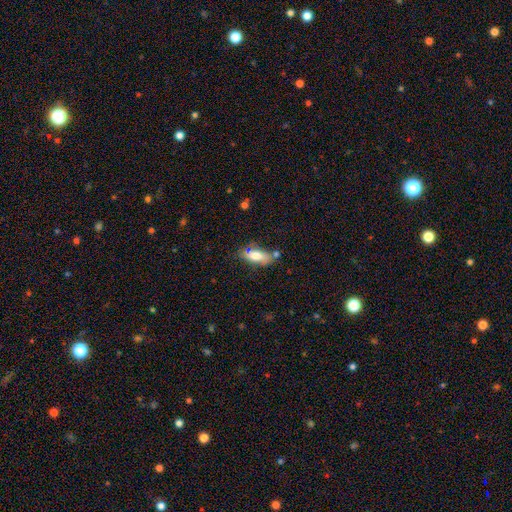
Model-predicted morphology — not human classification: This appears to be a smooth galaxy with no disk features (68%) that is in between round and cigar-shaped (77%). Merging: none (57%).